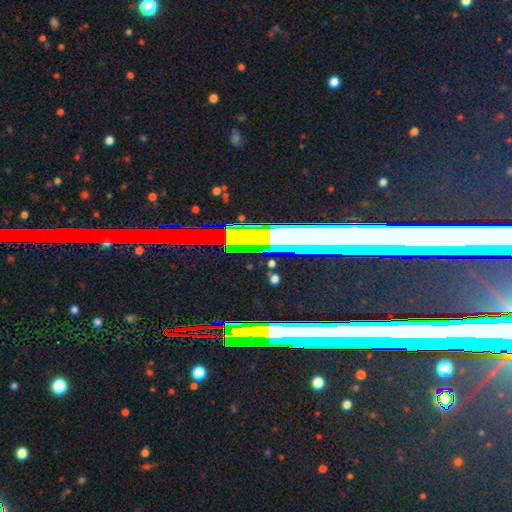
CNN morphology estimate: Smooth or featured?
  - star or artifact: 70% *
  - featured or disk: 20%
  - smooth: 10%